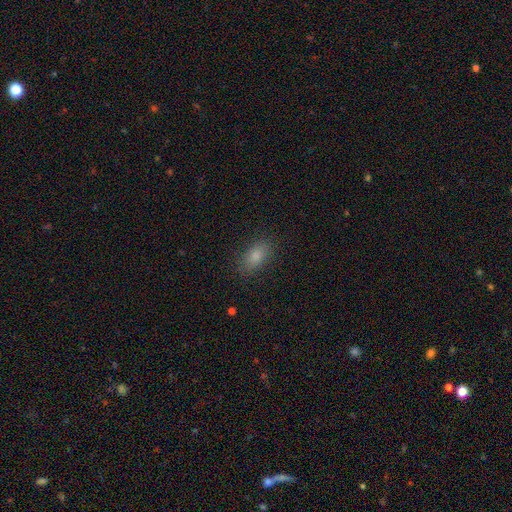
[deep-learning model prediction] smooth 79%, star or artifact 13%, featured or disk 8%. Down the decision tree: how rounded — in between (86%); merging — none (86%).